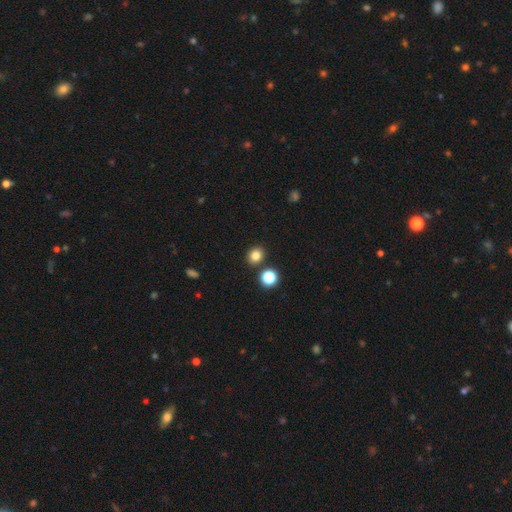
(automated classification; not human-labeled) A smooth galaxy with no disk features (81%) that is round (71%). Merging: none (85%).